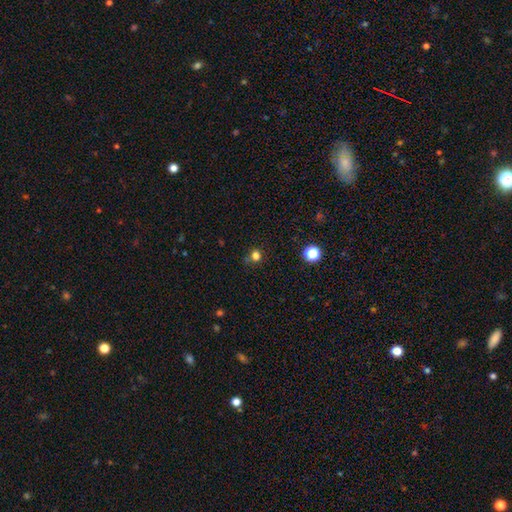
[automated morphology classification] smooth_or_featured: smooth (p=0.75) [alt: star or artifact p=0.19]
how_rounded: round (p=0.86) [alt: in between p=0.13]
merging: none (p=0.74) [alt: minor disturbance p=0.15]